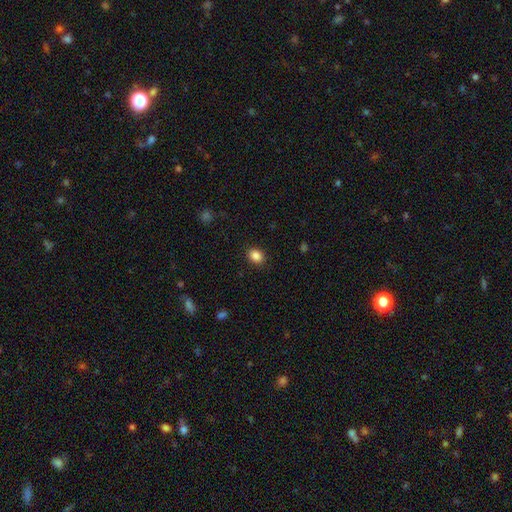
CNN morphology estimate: A smooth galaxy with no disk features (87%) that is in between round and cigar-shaped (56%).

Vote fractions:
- Smooth or featured? smooth: 87% / star or artifact: 9% / featured or disk: 3%
- How rounded? in between: 56% / round: 43% / cigar-shaped: 1%
- Merging? none: 88% / minor disturbance: 8% / major disturbance: 3% / merger: 1%